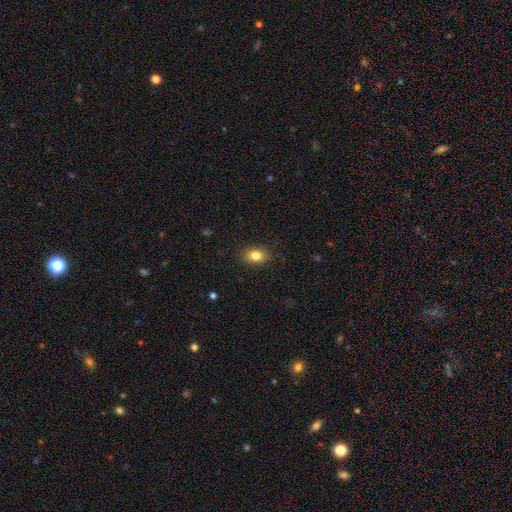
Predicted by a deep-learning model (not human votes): Q: Smooth or featured?
A: smooth (83%); runner-up: star or artifact (9%)
Q: How rounded?
A: in between (79%); runner-up: round (19%)
Q: Merging?
A: none (88%); runner-up: minor disturbance (9%)